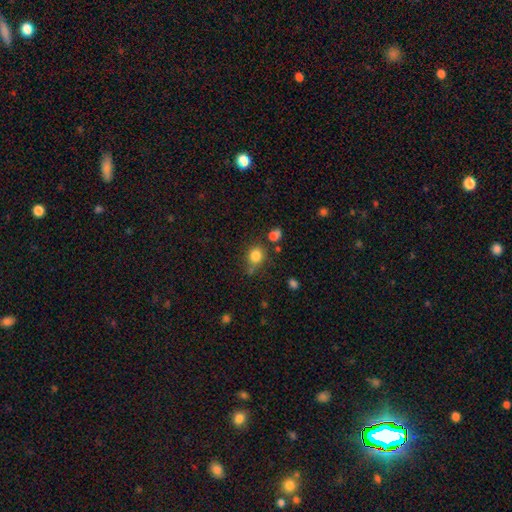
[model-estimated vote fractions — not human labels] Smooth or featured?
  - smooth: 82% *
  - star or artifact: 12%
  - featured or disk: 6%
How rounded?
  - round: 71% *
  - in between: 28%
  - cigar-shaped: 1%
Merging?
  - none: 63% *
  - minor disturbance: 19%
  - merger: 12%
  - major disturbance: 6%